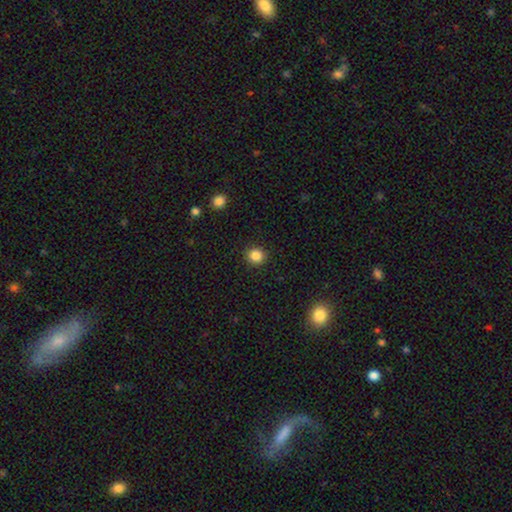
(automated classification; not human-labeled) smooth_or_featured: smooth (p=0.86) [alt: star or artifact p=0.11]
how_rounded: round (p=0.89) [alt: in between p=0.10]
merging: none (p=0.90) [alt: minor disturbance p=0.06]